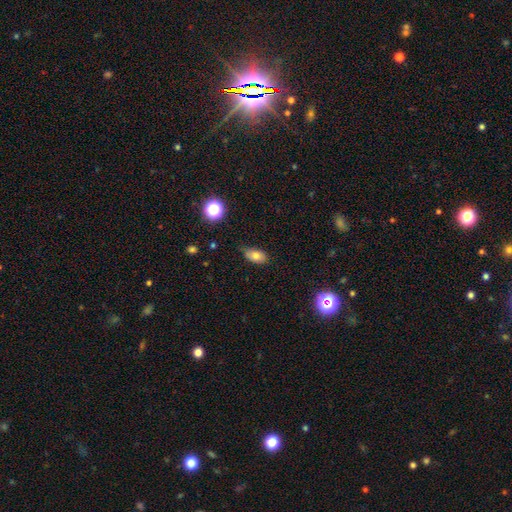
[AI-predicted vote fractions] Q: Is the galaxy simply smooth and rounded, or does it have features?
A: smooth — 77%.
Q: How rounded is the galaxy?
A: in between — 88%.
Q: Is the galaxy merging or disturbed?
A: none — 72%.